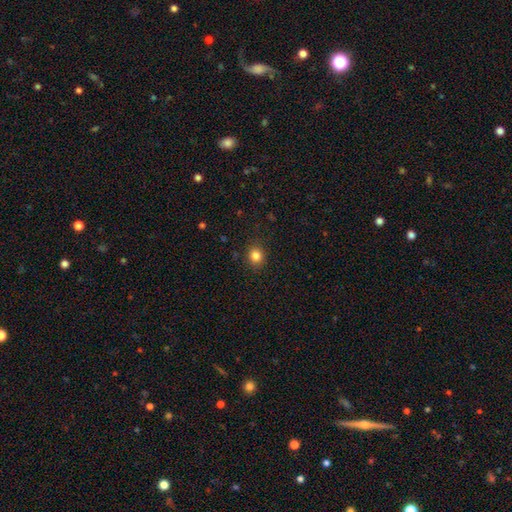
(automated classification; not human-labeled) Q: Smooth or featured?
A: smooth (83%); runner-up: star or artifact (12%)
Q: How rounded?
A: round (81%); runner-up: in between (19%)
Q: Merging?
A: none (89%); runner-up: minor disturbance (8%)